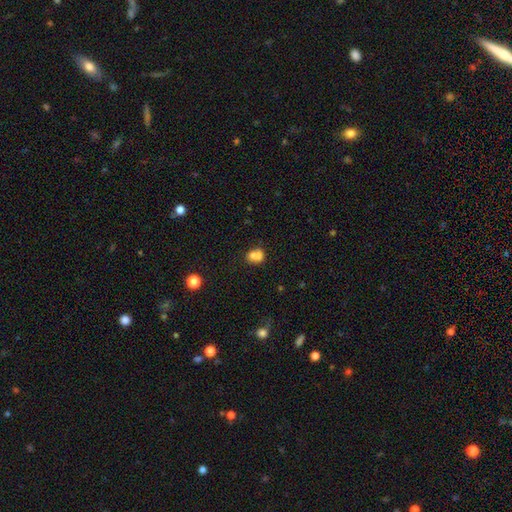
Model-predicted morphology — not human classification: A smooth galaxy with no disk features (72%) that is round (54%). Merging: merger (56%).